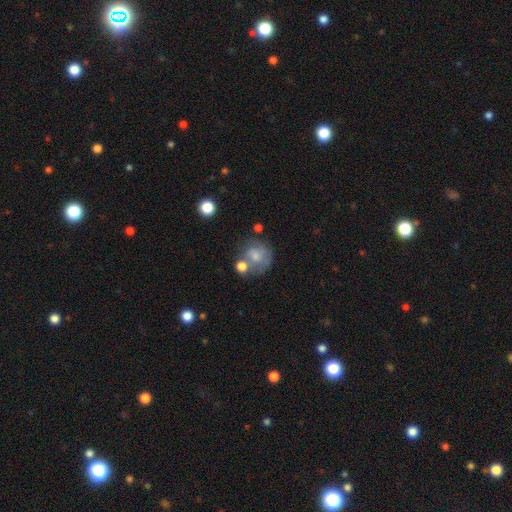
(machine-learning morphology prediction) A smooth galaxy with no disk features (58%) that is round (78%). Merging: none (43%).